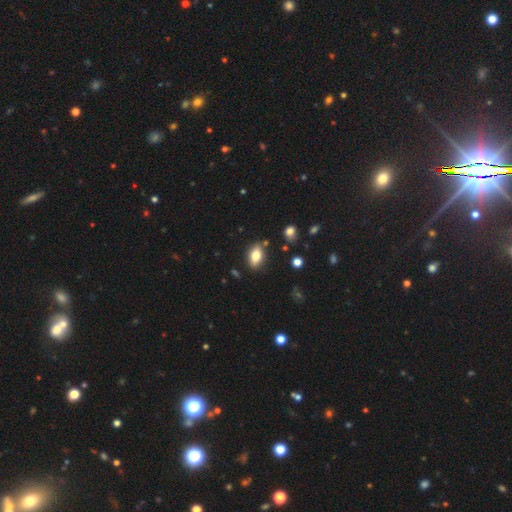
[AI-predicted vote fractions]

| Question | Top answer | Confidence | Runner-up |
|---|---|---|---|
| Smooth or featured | smooth | 76% | featured or disk (16%) |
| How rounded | in between | 88% | round (8%) |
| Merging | none | 83% | minor disturbance (12%) |